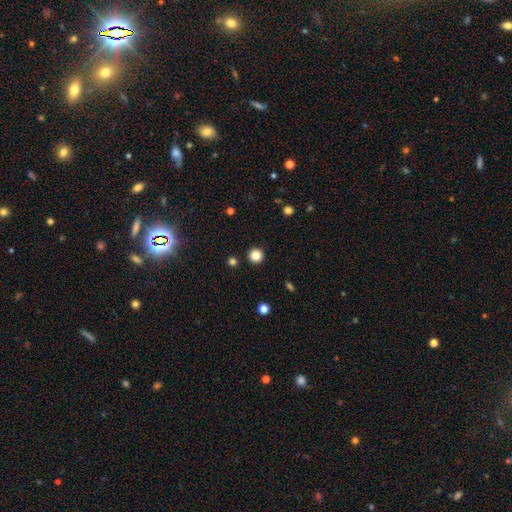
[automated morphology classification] Overall: smooth (84%). How rounded: round (96%). Merging: none (93%).